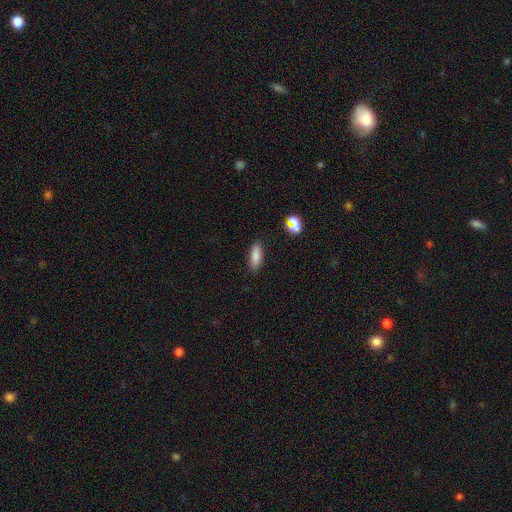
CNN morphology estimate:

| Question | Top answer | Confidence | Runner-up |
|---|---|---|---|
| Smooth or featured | smooth | 84% | star or artifact (9%) |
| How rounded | in between | 71% | cigar-shaped (26%) |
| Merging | none | 85% | minor disturbance (10%) |